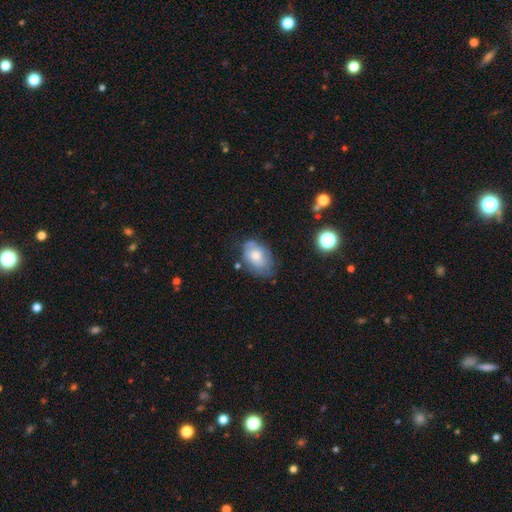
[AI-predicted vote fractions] Q: Smooth or featured?
A: smooth (57%); runner-up: featured or disk (34%)
Q: How rounded?
A: in between (82%); runner-up: round (17%)
Q: Merging?
A: none (53%); runner-up: minor disturbance (31%)